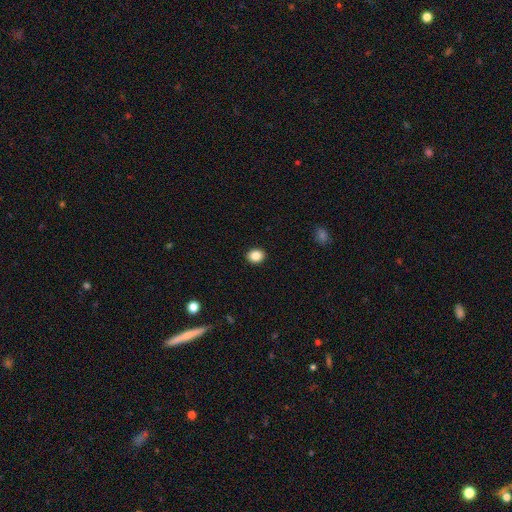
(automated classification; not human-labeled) A smooth galaxy with no disk features (87%) that is round (61%).

Vote fractions:
- Smooth or featured? smooth: 87% / star or artifact: 9% / featured or disk: 4%
- How rounded? round: 61% / in between: 39% / cigar-shaped: 1%
- Merging? none: 92% / minor disturbance: 6% / major disturbance: 2% / merger: 1%